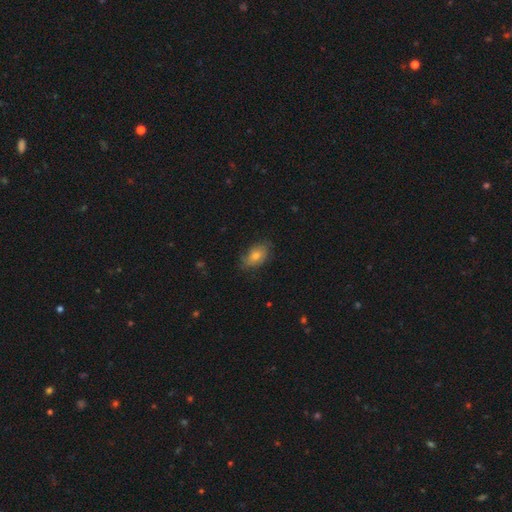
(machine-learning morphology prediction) smooth_or_featured: smooth (p=0.61) [alt: featured or disk p=0.28]
how_rounded: in between (p=0.84) [alt: round p=0.13]
merging: none (p=0.71) [alt: minor disturbance p=0.23]